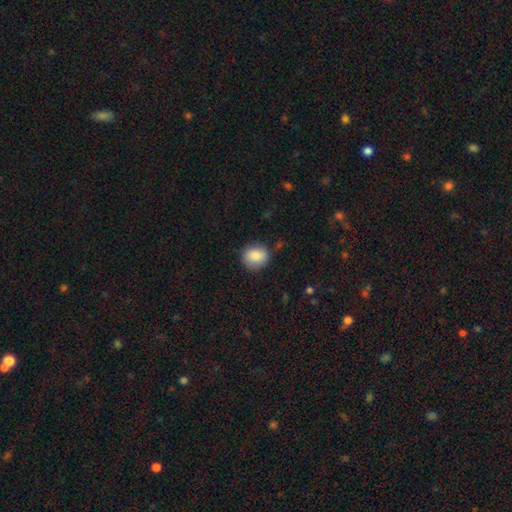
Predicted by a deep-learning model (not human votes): smooth 84%, star or artifact 8%, featured or disk 8%. Down the decision tree: how rounded — round (79%); merging — none (81%).